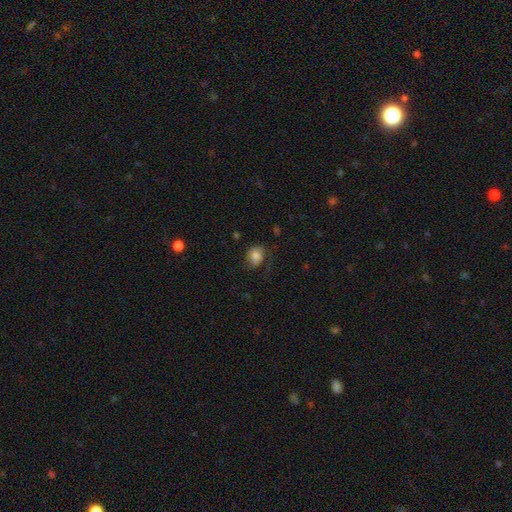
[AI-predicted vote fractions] Morphology: type=smooth (76%); roundness=round (50%); merging=none (51%).